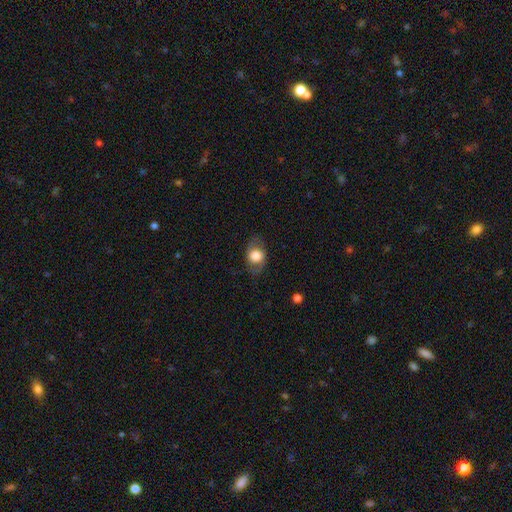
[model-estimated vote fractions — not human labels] Smooth or featured? smooth (63%)
How rounded? in between (65%)
Merging? none (77%)